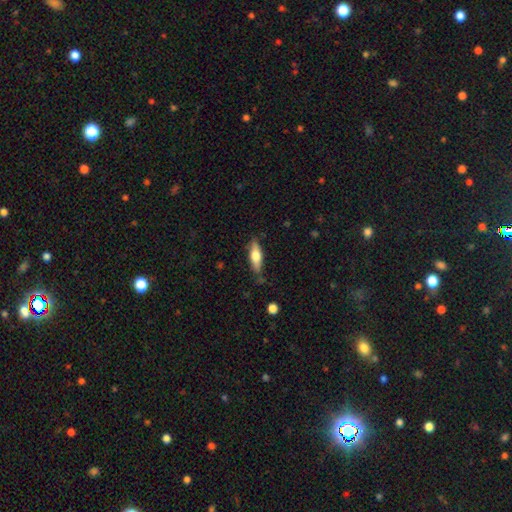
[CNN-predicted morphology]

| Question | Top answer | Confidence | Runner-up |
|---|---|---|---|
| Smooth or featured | smooth | 58% | featured or disk (36%) |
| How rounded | in between | 49% | cigar-shaped (48%) |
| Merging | none | 80% | minor disturbance (15%) |